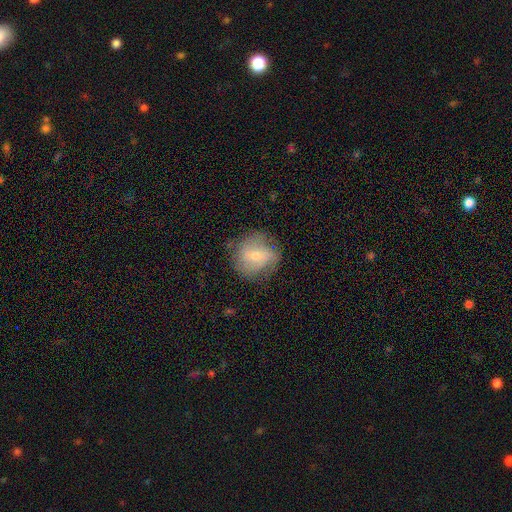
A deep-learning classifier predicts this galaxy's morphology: Smooth or featured: featured or disk — 49% (smooth — 44%)
Merging: none — 66% (minor disturbance — 23%)